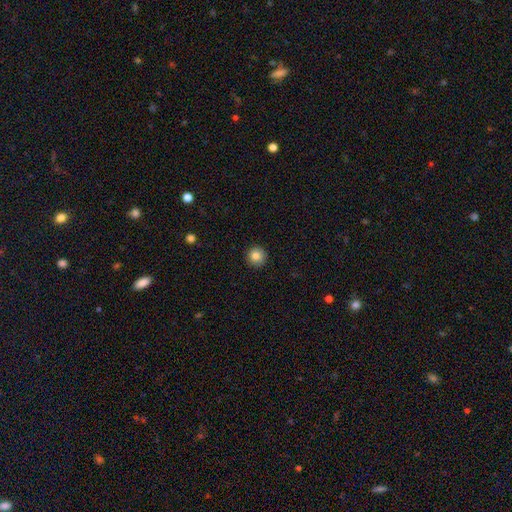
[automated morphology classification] Smooth or featured? Predicted: smooth (p=0.84). How rounded? Predicted: round (p=0.95). Merging? Predicted: none (p=0.92).